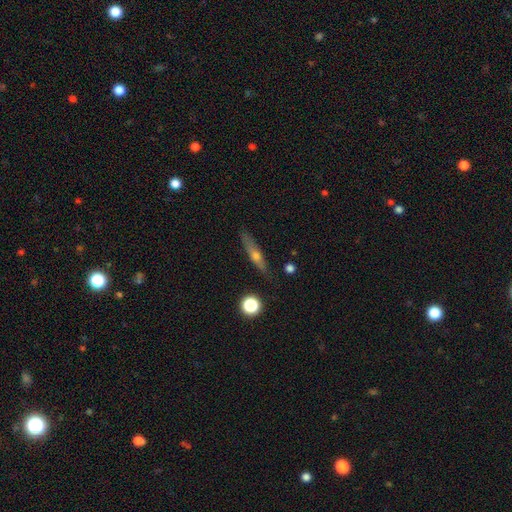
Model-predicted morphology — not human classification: The model was most divided on "smooth or featured": featured or disk: 53%, smooth: 39%, star or artifact: 8%. More confident: edge-on disk — yes (90%); merging — none (85%).